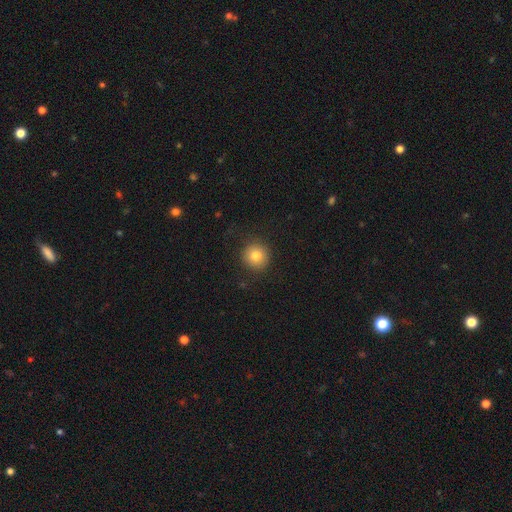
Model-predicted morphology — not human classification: smooth-or-featured: smooth: 81% | star or artifact: 11% | featured or disk: 9%
  how-rounded: round: 93% | in between: 6% | cigar-shaped: 1%
  merging: none: 87% | minor disturbance: 8% | major disturbance: 3% | merger: 1%